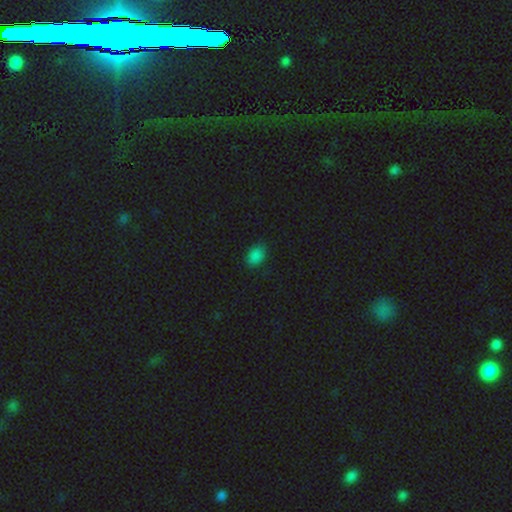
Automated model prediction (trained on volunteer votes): Q: Smooth or featured?
A: smooth (82%); runner-up: star or artifact (15%)
Q: How rounded?
A: in between (73%); runner-up: round (25%)
Q: Merging?
A: none (83%); runner-up: minor disturbance (14%)